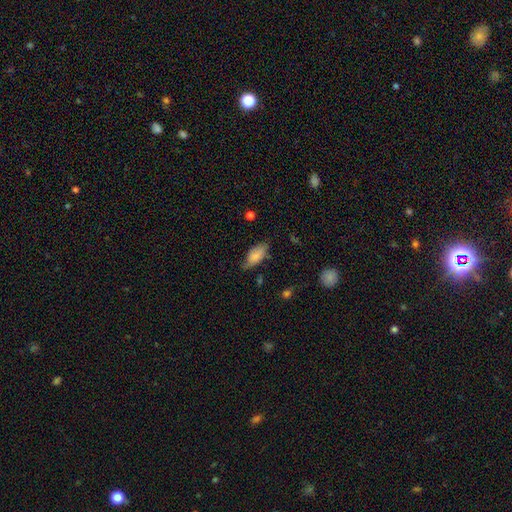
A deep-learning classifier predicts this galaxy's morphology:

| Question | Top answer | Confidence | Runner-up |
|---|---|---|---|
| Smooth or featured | smooth | 79% | featured or disk (14%) |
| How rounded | in between | 90% | cigar-shaped (8%) |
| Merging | none | 59% | minor disturbance (32%) |